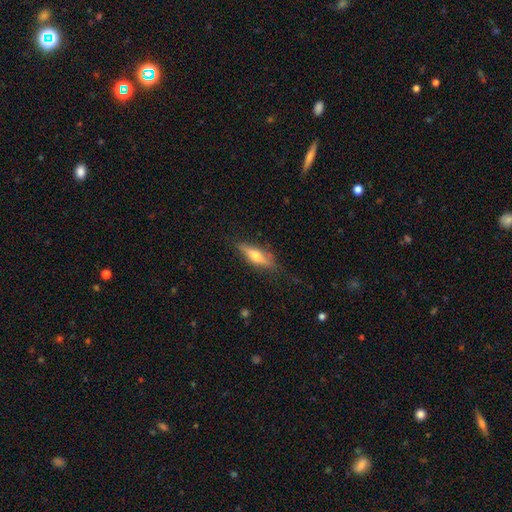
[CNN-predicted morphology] The model was most divided on "smooth or featured": featured or disk: 48%, smooth: 46%, star or artifact: 6%. More confident: merging — none (76%).